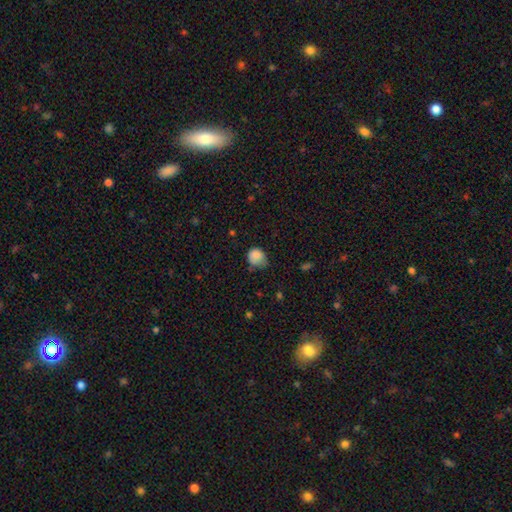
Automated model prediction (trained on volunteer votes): Smooth or featured: smooth — 81% (star or artifact — 9%)
How rounded: round — 72% (in between — 27%)
Merging: none — 45% (minor disturbance — 41%)